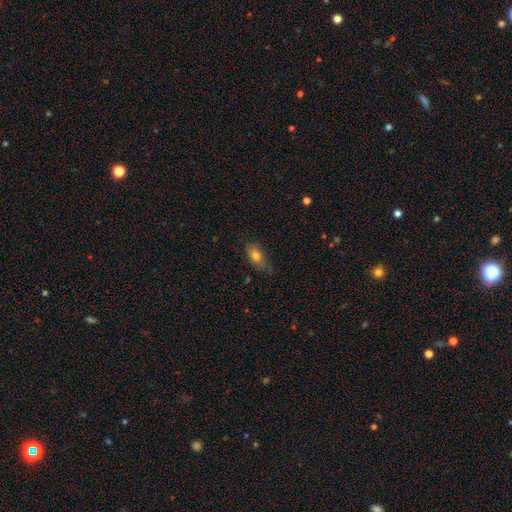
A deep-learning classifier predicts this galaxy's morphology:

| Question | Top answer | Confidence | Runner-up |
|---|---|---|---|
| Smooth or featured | smooth | 75% | featured or disk (16%) |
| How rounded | in between | 83% | round (9%) |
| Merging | none | 65% | minor disturbance (26%) |